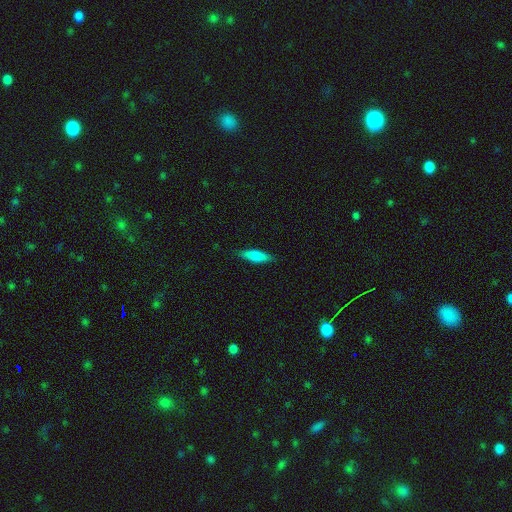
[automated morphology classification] This appears to be a smooth galaxy with no disk features (77%) that is cigar-shaped (61%). Merging: none (86%).